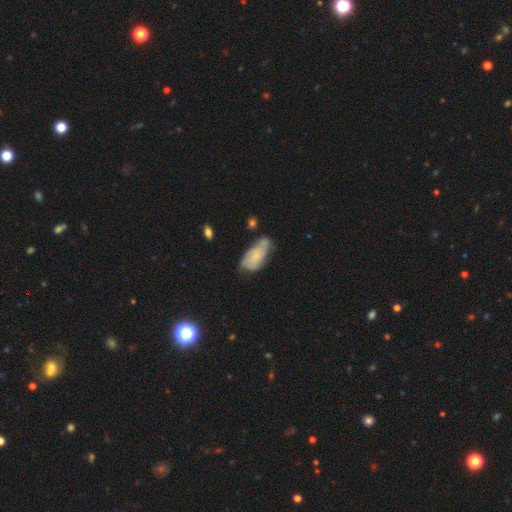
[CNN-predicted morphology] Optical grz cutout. It shows a smooth galaxy with no disk features (56%) that is in between round and cigar-shaped (91%). Merging: none (39%).